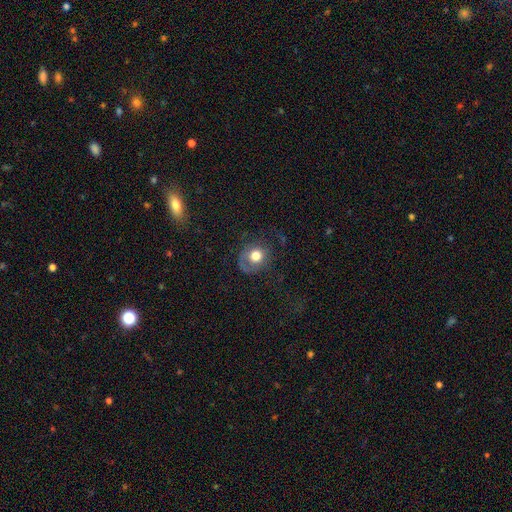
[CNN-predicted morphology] This is likely a smooth galaxy (66%). How rounded: likely round (76%). Merging: possibly none (57%).